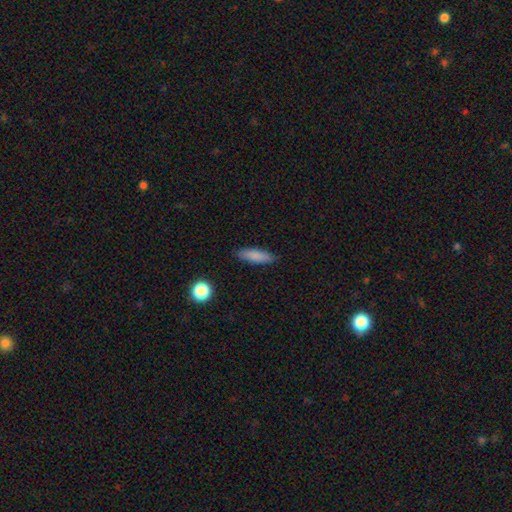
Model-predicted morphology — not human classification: smooth 84%, featured or disk 9%, star or artifact 7%. Down the decision tree: how rounded — cigar-shaped (58%); merging — none (85%).